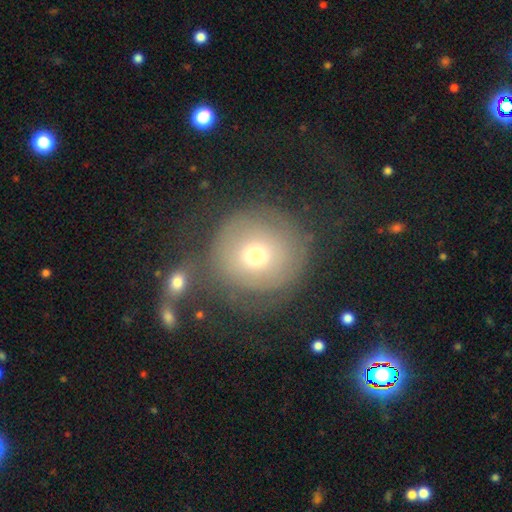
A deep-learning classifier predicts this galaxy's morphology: Smooth or featured? Predicted: smooth (p=0.56). How rounded? Predicted: round (p=0.94). Merging? Predicted: none (p=0.58).